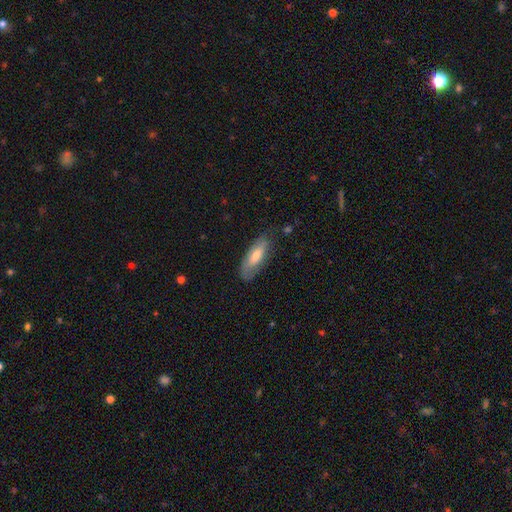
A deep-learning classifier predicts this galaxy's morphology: Overall: smooth (65%; featured or disk 29%). How rounded: in between (64%; cigar-shaped 34%). Merging: none (73%).